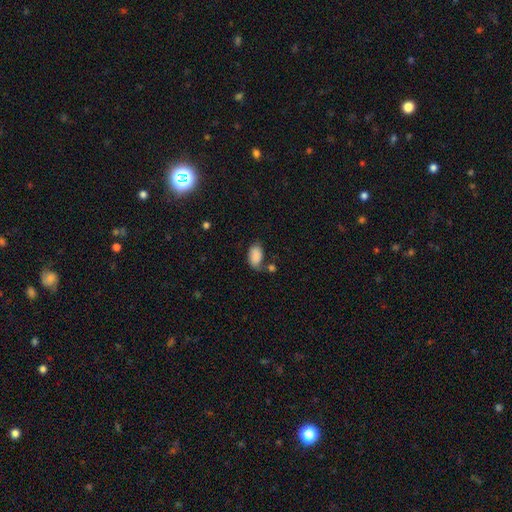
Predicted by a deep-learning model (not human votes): Morphology: type=smooth (85%); roundness=in between (92%); merging=none (52%).